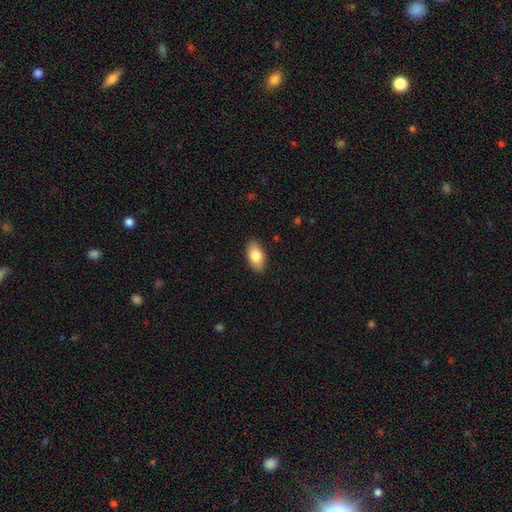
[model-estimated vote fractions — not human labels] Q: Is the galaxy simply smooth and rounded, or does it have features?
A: smooth — 81%.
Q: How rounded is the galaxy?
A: in between — 93%.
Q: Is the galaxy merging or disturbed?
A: none — 88%.